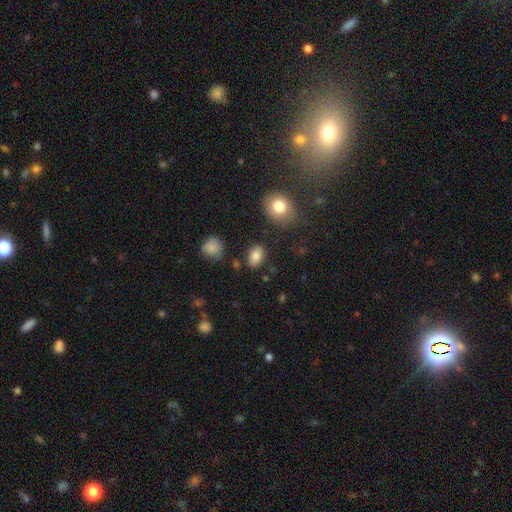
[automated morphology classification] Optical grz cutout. It shows a smooth galaxy with no disk features (85%) that is in between round and cigar-shaped (86%). Merging: none (84%).